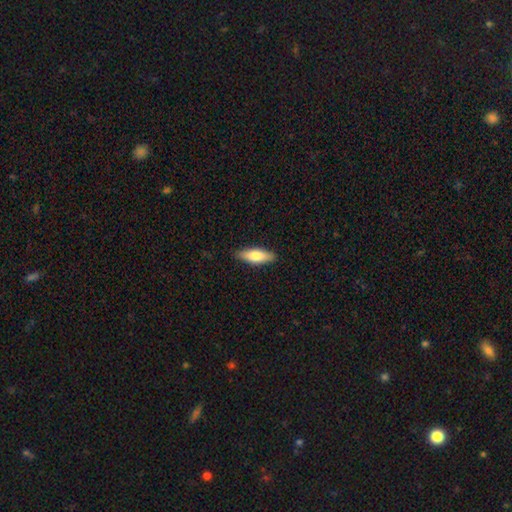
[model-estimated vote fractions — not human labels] Smooth or featured?
  - smooth: 74% *
  - featured or disk: 20%
  - star or artifact: 6%
How rounded?
  - in between: 60% *
  - cigar-shaped: 38%
  - round: 2%
Merging?
  - none: 88% *
  - minor disturbance: 9%
  - major disturbance: 2%
  - merger: 1%